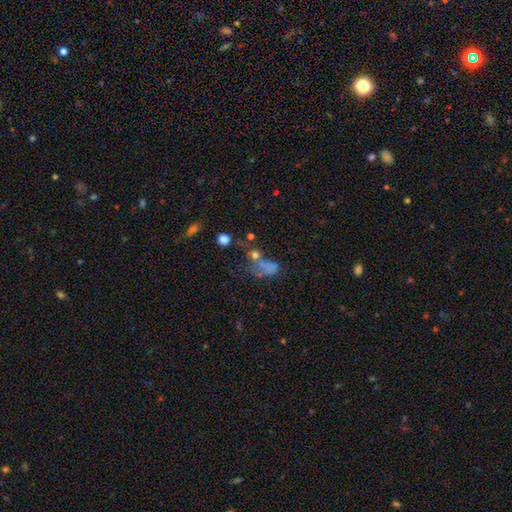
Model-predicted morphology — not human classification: Overall: smooth (41%; star or artifact 31%). Merging: major disturbance (30%; none 29%).